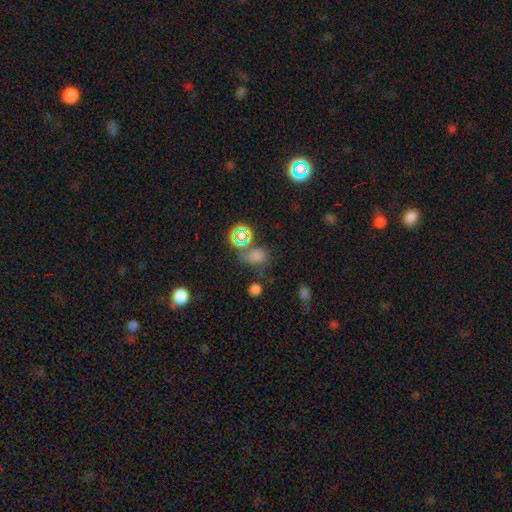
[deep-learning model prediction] Smooth or featured? smooth (56%)
How rounded? round (55%)
Merging? none (54%)